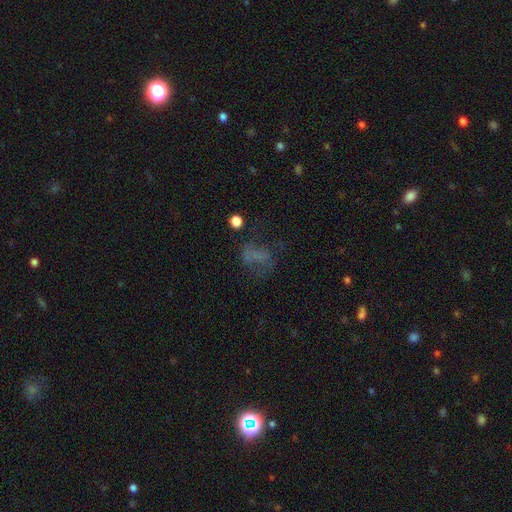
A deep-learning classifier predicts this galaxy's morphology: A smooth galaxy with no disk features (42%). Merging: none (42%).